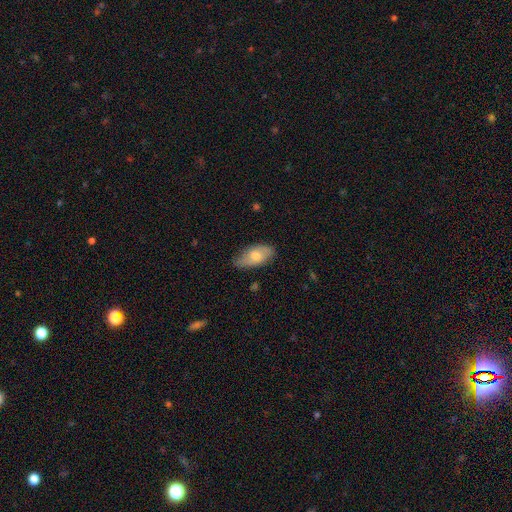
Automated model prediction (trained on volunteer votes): Smooth or featured: smooth — 68% (featured or disk — 26%)
How rounded: in between — 91% (cigar-shaped — 6%)
Merging: none — 74% (minor disturbance — 22%)